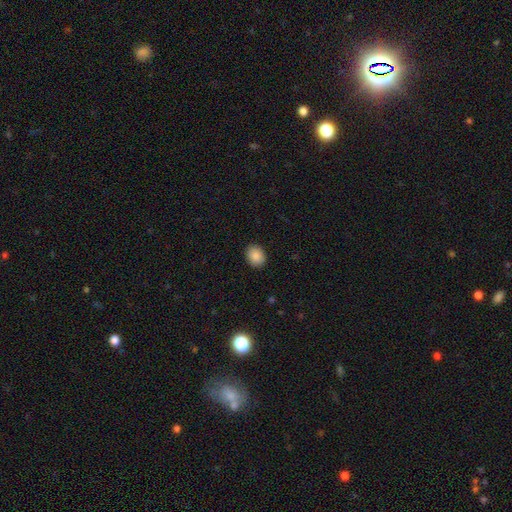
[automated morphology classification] smooth_or_featured: smooth (p=0.89) [alt: star or artifact p=0.08]
how_rounded: in between (p=0.51) [alt: round p=0.48]
merging: none (p=0.90) [alt: minor disturbance p=0.07]